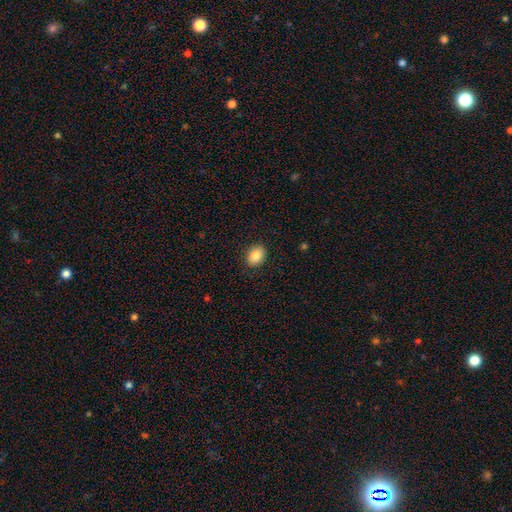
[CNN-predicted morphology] Q: Smooth or featured?
A: smooth (87%); runner-up: star or artifact (8%)
Q: How rounded?
A: in between (67%); runner-up: round (33%)
Q: Merging?
A: none (90%); runner-up: minor disturbance (8%)